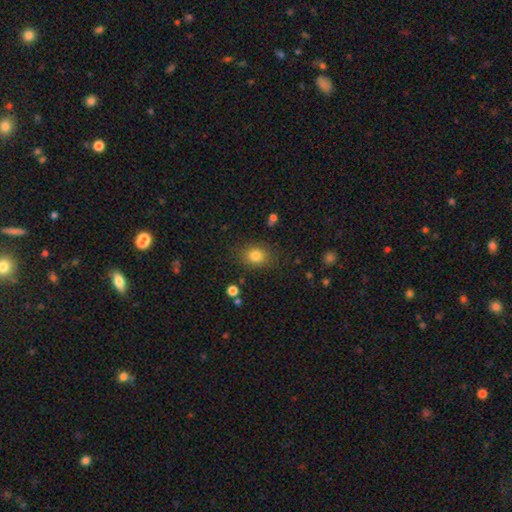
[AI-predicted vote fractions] Morphology: type=smooth (81%); roundness=round (53%); merging=none (83%).